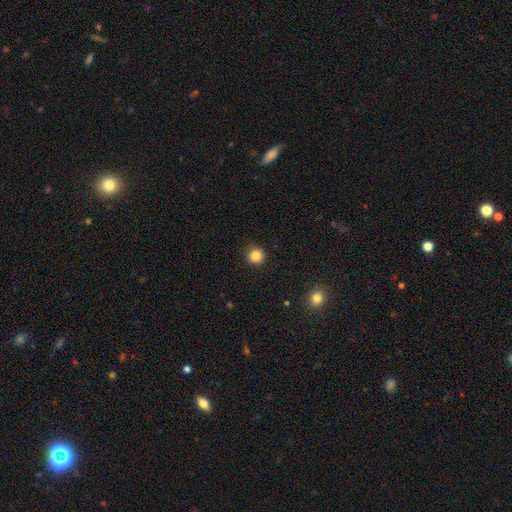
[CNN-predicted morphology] Smooth or featured?
  - smooth: 84% *
  - star or artifact: 12%
  - featured or disk: 4%
How rounded?
  - round: 95% *
  - in between: 4%
  - cigar-shaped: 1%
Merging?
  - none: 92% *
  - minor disturbance: 5%
  - major disturbance: 2%
  - merger: 1%